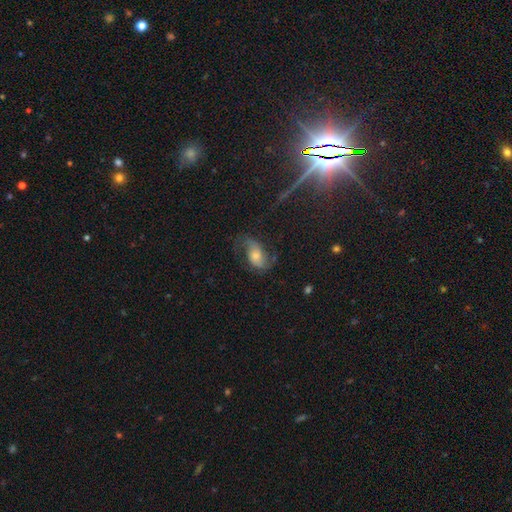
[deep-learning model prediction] A featured or disk galaxy (66%) with no bar (60%), 2 (84%) loose (50%) spiral arms (90%) and a moderate central bulge (51%).

Vote fractions:
- Smooth or featured? featured or disk: 66% / smooth: 22% / star or artifact: 12%
- Edge-on disk? no: 94% / yes: 6%
- Bar? no: 60% / weak: 29% / strong: 11%
- Spiral arms? yes: 90% / no: 10%
- Spiral winding? loose: 50% / medium: 37% / tight: 13%
- Spiral arm count? 2: 84% / can't tell: 6% / 1: 6% / 3: 2% / 4: 1% / more than 4: 1%
- Bulge size? moderate: 51% / small: 36% / large: 8% / none: 4% / dominant: 2%
- Merging? none: 60% / minor disturbance: 20% / major disturbance: 18% / merger: 2%